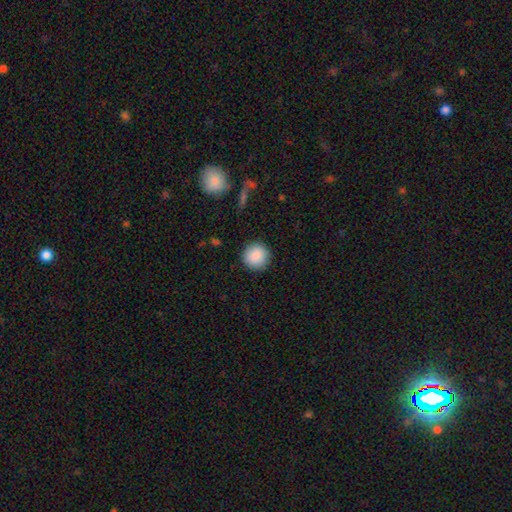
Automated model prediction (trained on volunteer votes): Smooth or featured? smooth (89%)
How rounded? round (95%)
Merging? none (91%)